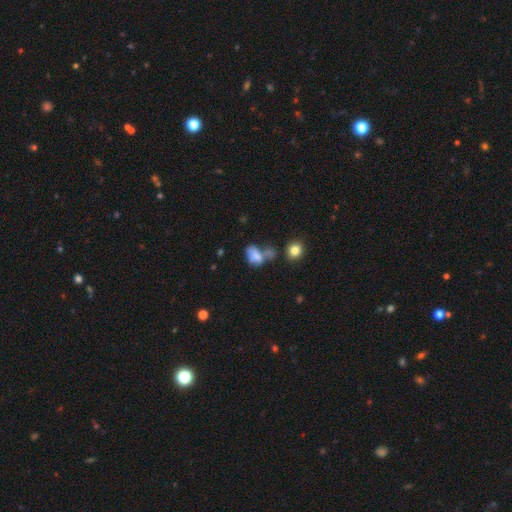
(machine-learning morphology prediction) This is likely a smooth galaxy (71%). How rounded: likely in between (79%). Merging: marginally merger (37%).